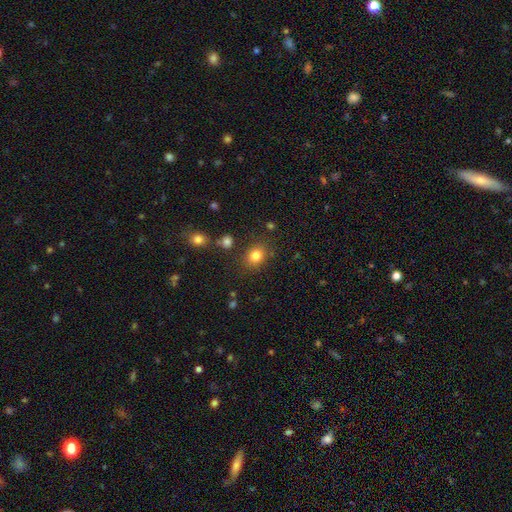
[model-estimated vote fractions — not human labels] This is clearly a smooth galaxy (82%). How rounded: possibly round (56%). Merging: clearly none (81%).